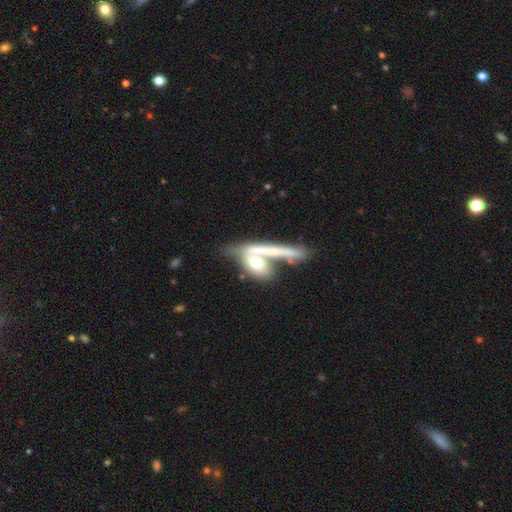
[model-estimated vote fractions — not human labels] A featured or disk galaxy (49%).

Vote fractions:
- Smooth or featured? featured or disk: 49% / smooth: 42% / star or artifact: 9%
- Merging? merger: 51% / none: 27% / minor disturbance: 11% / major disturbance: 11%